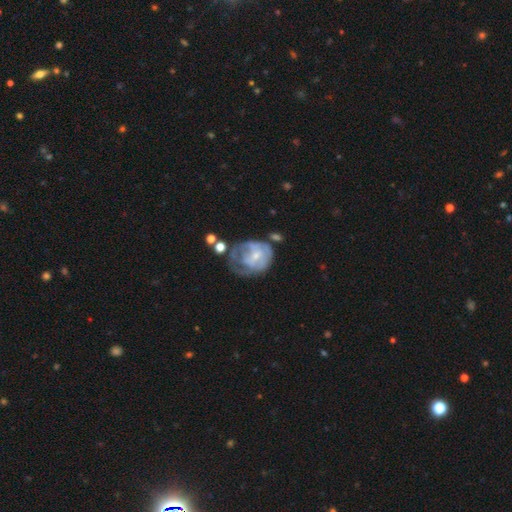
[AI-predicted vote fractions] This is likely a featured or disk galaxy (61%). It is clearly not viewed edge-on (97%). Bar: likely no (64%). Spiral arm pattern: possibly no (51%). Central bulge: likely small (64%). Merging: marginally major disturbance (38%).